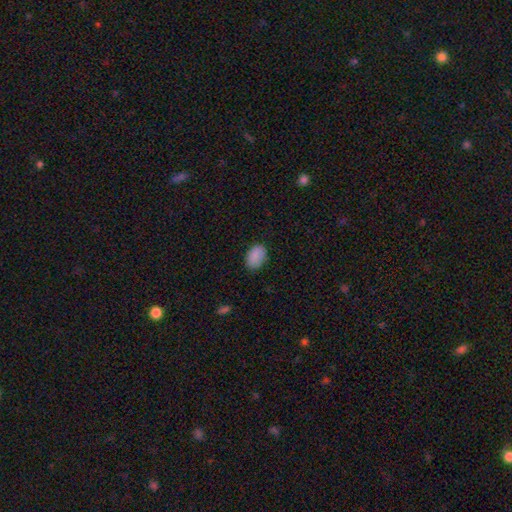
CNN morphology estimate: Smooth or featured? smooth (88%)
How rounded? in between (83%)
Merging? none (81%)